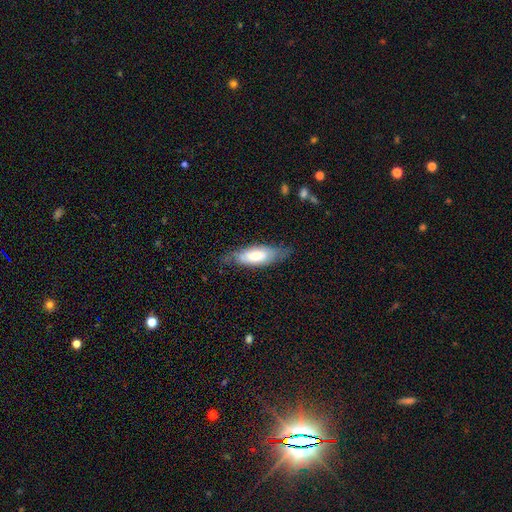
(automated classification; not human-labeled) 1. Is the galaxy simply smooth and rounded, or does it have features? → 60% smooth, 34% featured or disk, 6% star or artifact.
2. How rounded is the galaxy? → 71% in between, 27% cigar-shaped, 2% round.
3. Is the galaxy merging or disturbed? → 68% none, 24% minor disturbance, 7% major disturbance, 1% merger.